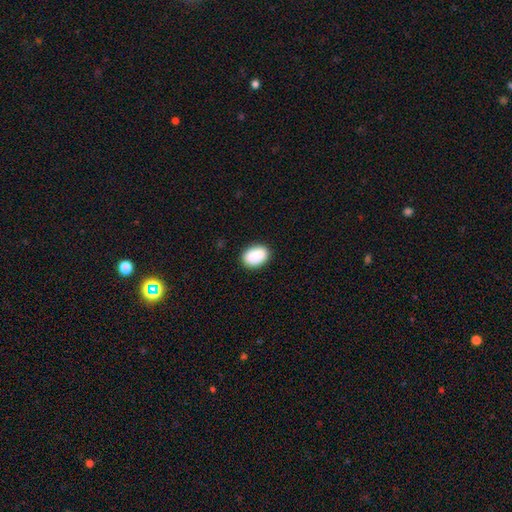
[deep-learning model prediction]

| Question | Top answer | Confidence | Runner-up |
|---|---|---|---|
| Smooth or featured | smooth | 87% | star or artifact (7%) |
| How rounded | in between | 78% | round (21%) |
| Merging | none | 78% | minor disturbance (14%) |